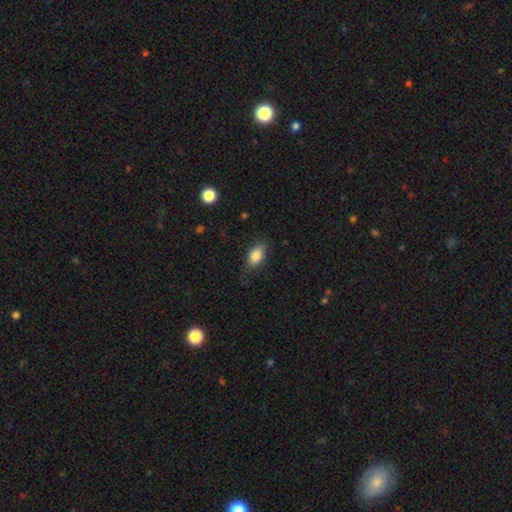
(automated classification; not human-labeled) smooth 82%, featured or disk 10%, star or artifact 8%. Down the decision tree: how rounded — in between (88%); merging — none (69%).